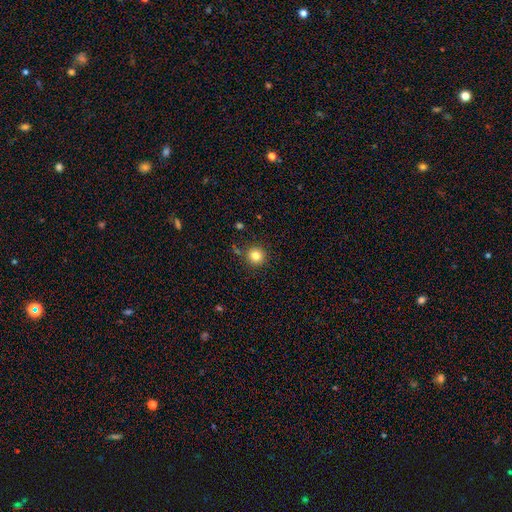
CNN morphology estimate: Overall: smooth (82%). How rounded: round (95%). Merging: none (86%).